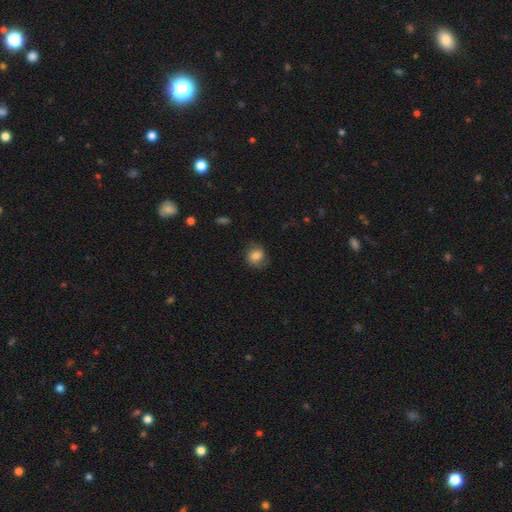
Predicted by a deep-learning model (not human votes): Overall: smooth (69%). How rounded: round (71%). Merging: none (67%).